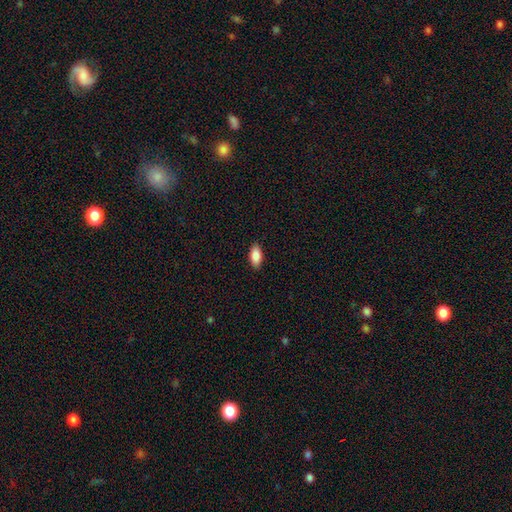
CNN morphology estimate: Overall: smooth (88%). How rounded: in between (90%). Merging: none (89%).